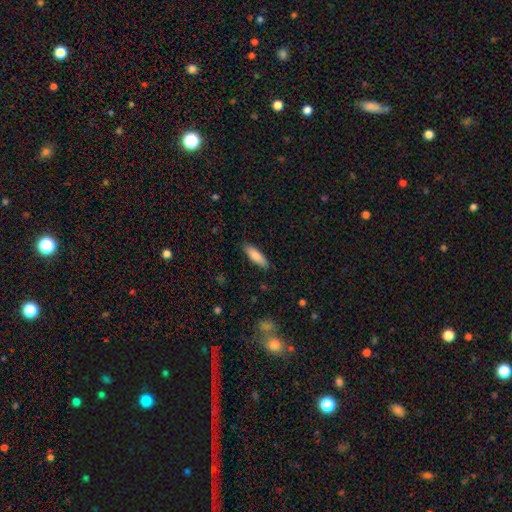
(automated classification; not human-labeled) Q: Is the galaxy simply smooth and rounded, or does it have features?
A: smooth — 85%.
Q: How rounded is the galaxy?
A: cigar-shaped — 51%.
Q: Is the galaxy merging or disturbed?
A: none — 87%.